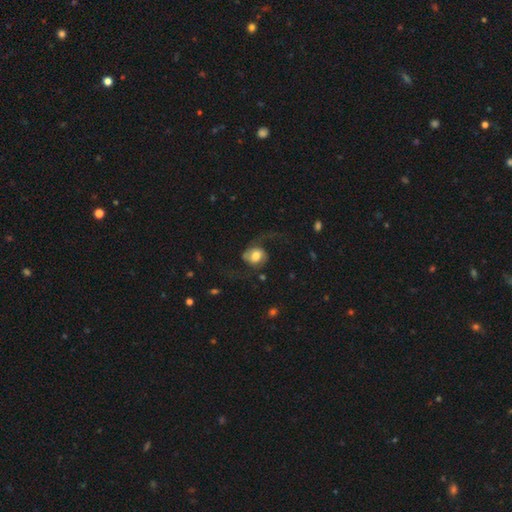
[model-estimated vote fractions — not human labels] The model was most divided on "bulge size": moderate: 44%, large: 36%, dominant: 9%, small: 8%, none: 3%. Remaining: edge-on disk — no (97%); spiral arms — yes (86%); bar — no (61%); smooth or featured — featured or disk (56%); merging — none (46%).